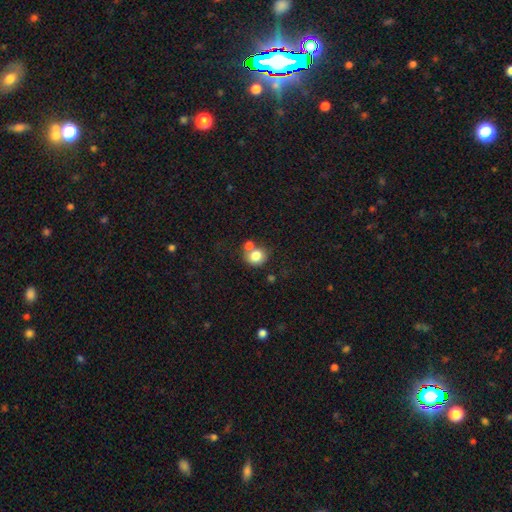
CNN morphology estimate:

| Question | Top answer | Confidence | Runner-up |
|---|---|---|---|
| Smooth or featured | smooth | 81% | star or artifact (10%) |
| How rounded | round | 78% | in between (21%) |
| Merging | none | 54% | merger (31%) |